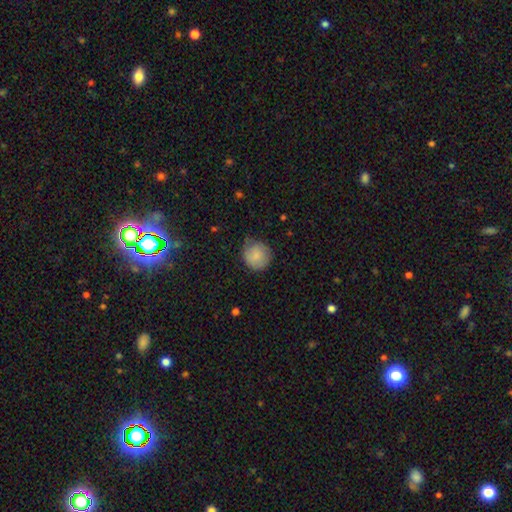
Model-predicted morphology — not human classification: Overall: smooth (80%). How rounded: round (90%). Merging: none (60%; minor disturbance 31%).